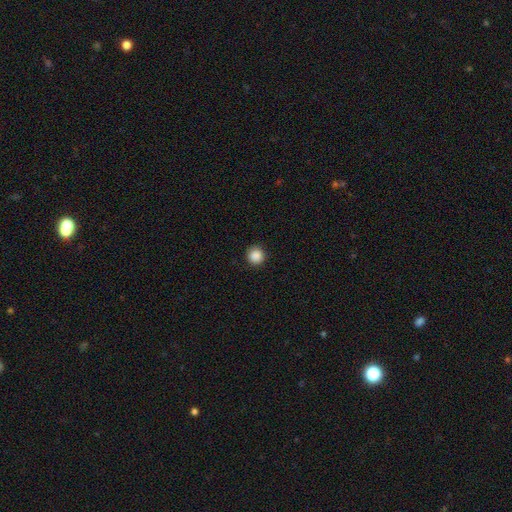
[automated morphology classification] Q: Smooth or featured?
A: smooth (88%); runner-up: star or artifact (10%)
Q: How rounded?
A: round (94%); runner-up: in between (5%)
Q: Merging?
A: none (92%); runner-up: minor disturbance (6%)